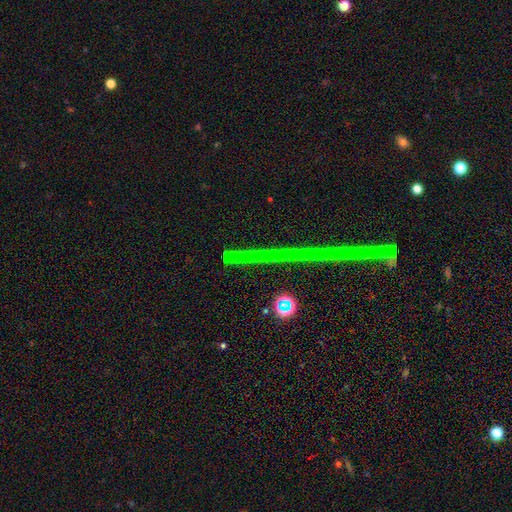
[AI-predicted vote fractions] This is likely a star or artifact rather than a galaxy (76%).